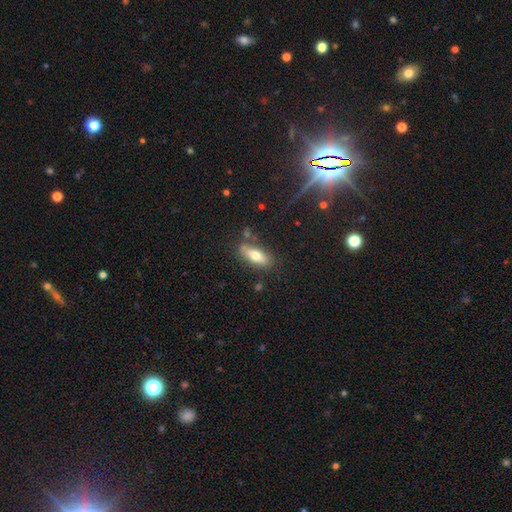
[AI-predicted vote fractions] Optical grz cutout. It shows a smooth galaxy with no disk features (66%) that is in between round and cigar-shaped (70%). Merging: none (73%).